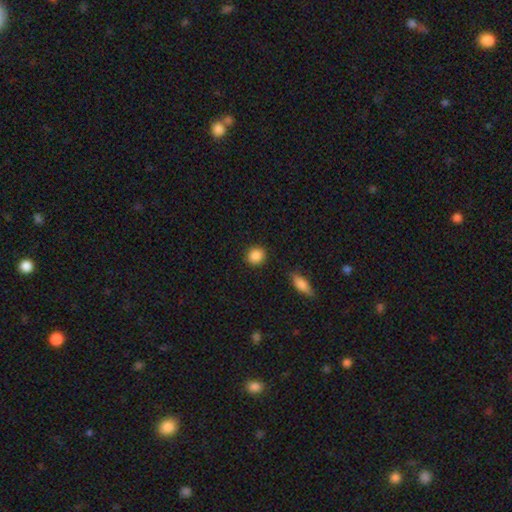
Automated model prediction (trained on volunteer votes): Overall: smooth (88%). How rounded: round (81%). Merging: none (89%).